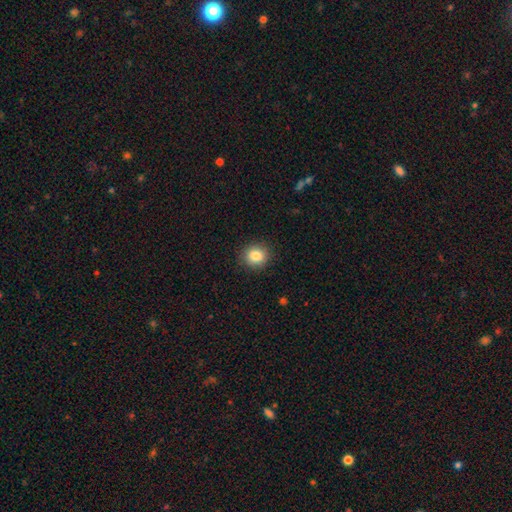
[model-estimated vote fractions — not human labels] Overall: smooth (84%). How rounded: round (83%). Merging: none (90%).